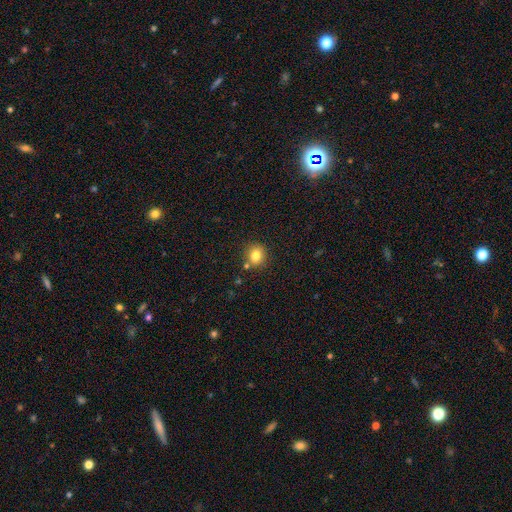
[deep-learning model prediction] Smooth or featured? smooth (81%)
How rounded? round (83%)
Merging? none (79%)